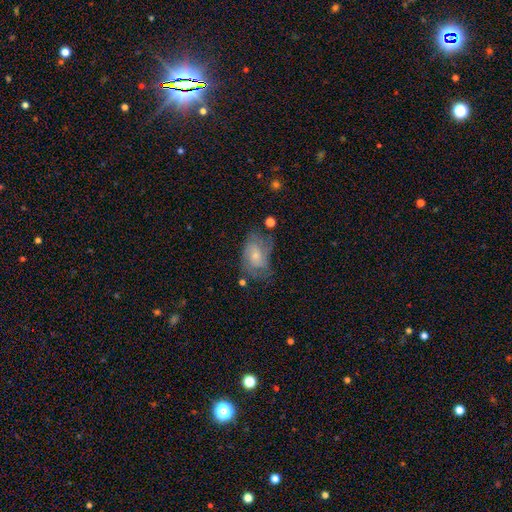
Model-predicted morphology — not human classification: The model was most divided on "smooth or featured": featured or disk: 51%, smooth: 41%, star or artifact: 9%. Remaining: edge-on disk — no (96%); merging — none (47%).